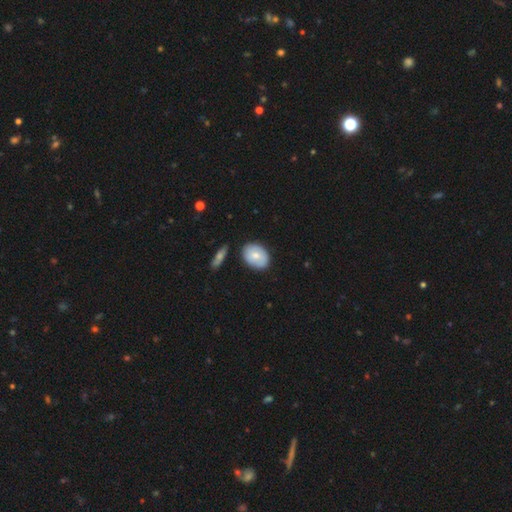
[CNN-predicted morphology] Smooth or featured? Predicted: smooth (p=0.71). How rounded? Predicted: in between (p=0.77). Merging? Predicted: none (p=0.78).